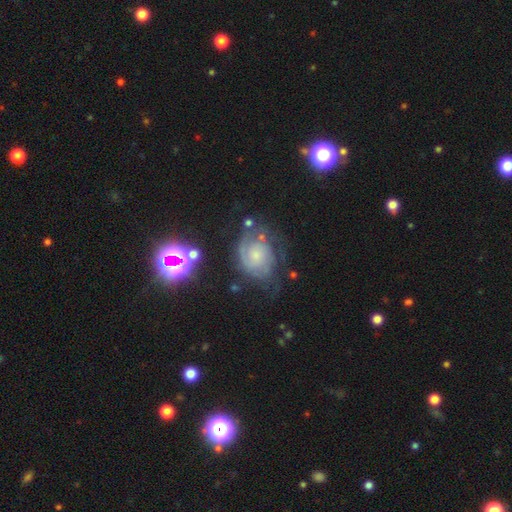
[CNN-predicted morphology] Smooth or featured? featured or disk (70%)
Edge-on disk? no (97%)
Bar? no (74%)
Spiral arms? yes (89%)
Spiral winding? tight (56%)
Spiral arm count? 2 (37%)
Bulge size? small (54%)
Merging? none (54%)